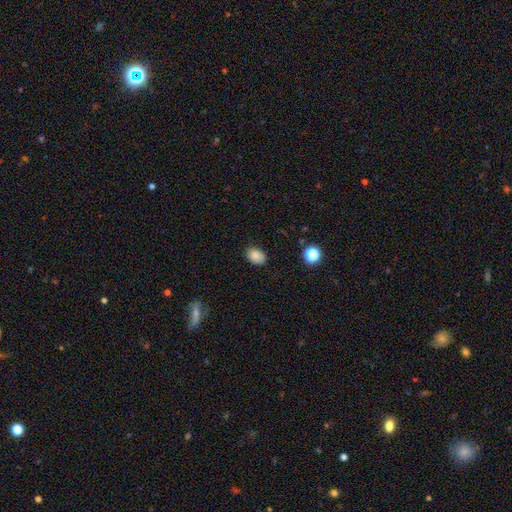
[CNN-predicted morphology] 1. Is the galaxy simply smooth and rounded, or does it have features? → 85% smooth, 10% star or artifact, 5% featured or disk.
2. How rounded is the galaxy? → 78% in between, 21% round, 1% cigar-shaped.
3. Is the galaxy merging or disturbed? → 83% none, 13% minor disturbance, 3% major disturbance, 1% merger.